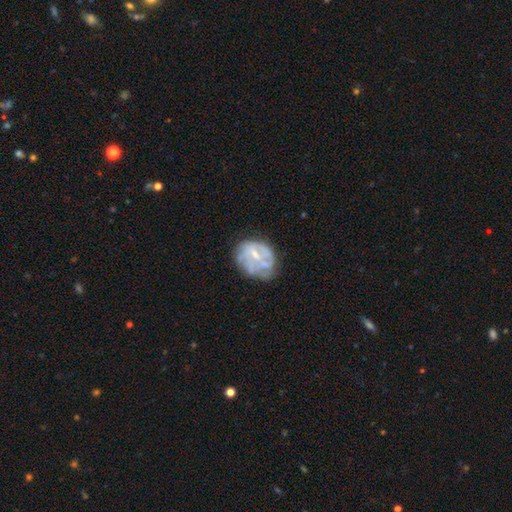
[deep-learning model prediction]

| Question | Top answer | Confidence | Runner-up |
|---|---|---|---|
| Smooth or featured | featured or disk | 62% | smooth (29%) |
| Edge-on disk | no | 98% | yes (2%) |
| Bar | no | 52% | weak (38%) |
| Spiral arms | no | 54% | yes (46%) |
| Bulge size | small | 46% | moderate (30%) |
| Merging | none | 52% | minor disturbance (27%) |